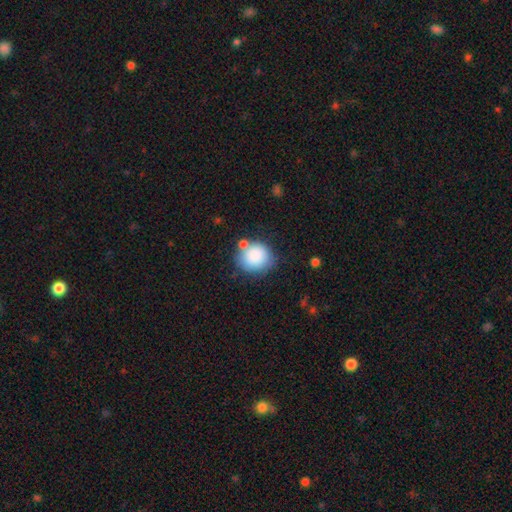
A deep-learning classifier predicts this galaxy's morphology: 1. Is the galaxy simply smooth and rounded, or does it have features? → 86% smooth, 8% star or artifact, 6% featured or disk.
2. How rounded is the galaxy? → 82% round, 17% in between, 1% cigar-shaped.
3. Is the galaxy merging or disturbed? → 64% none, 16% minor disturbance, 14% merger, 6% major disturbance.